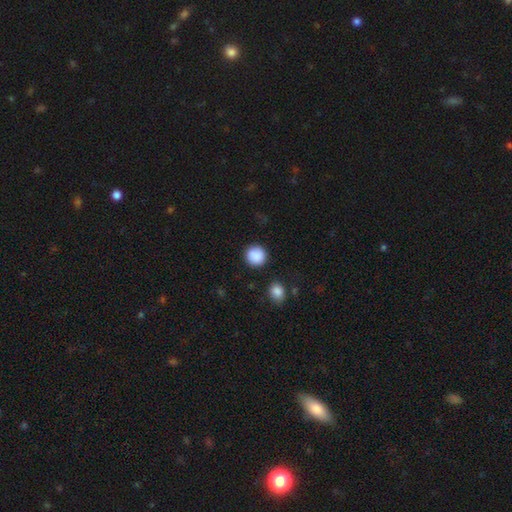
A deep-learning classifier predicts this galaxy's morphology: Smooth or featured: smooth — 88% (star or artifact — 8%)
How rounded: round — 93% (in between — 6%)
Merging: none — 87% (minor disturbance — 8%)